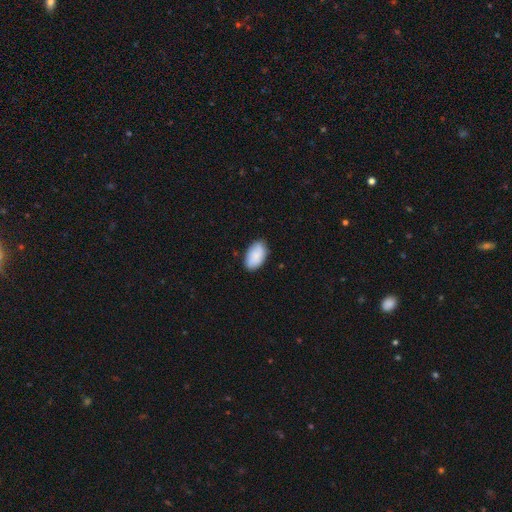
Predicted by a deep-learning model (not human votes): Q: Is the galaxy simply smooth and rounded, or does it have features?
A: smooth — 87%.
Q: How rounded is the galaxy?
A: in between — 94%.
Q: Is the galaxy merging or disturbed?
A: none — 82%.